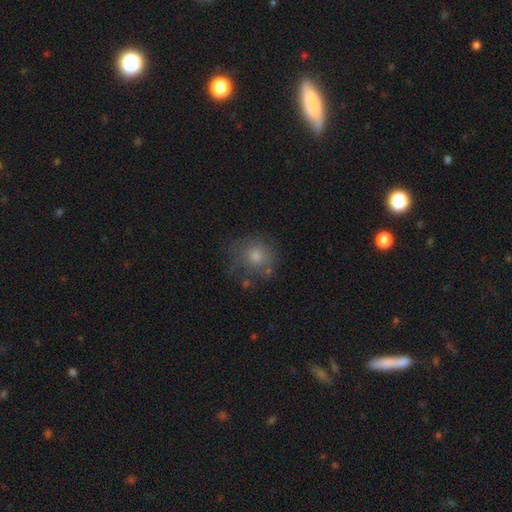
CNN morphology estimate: type=smooth (64%); roundness=round (85%); merging=none (65%).